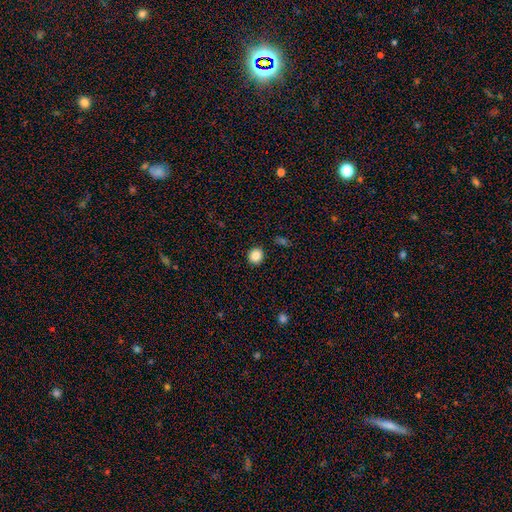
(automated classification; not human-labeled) A smooth galaxy with no disk features (86%) that is round (87%). Merging: none (90%).